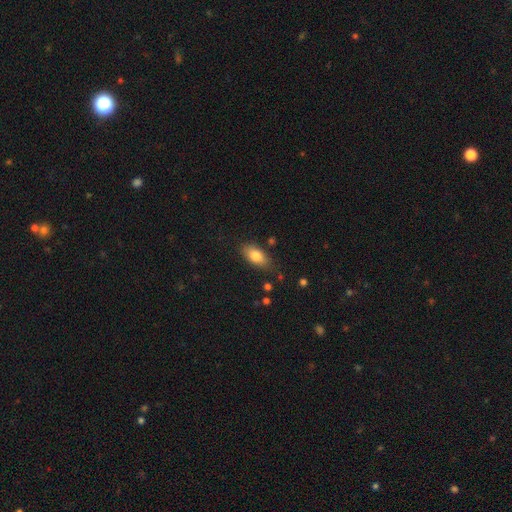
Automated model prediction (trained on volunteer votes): Smooth or featured: smooth — 81% (featured or disk — 11%)
How rounded: in between — 89% (cigar-shaped — 7%)
Merging: none — 79% (minor disturbance — 15%)